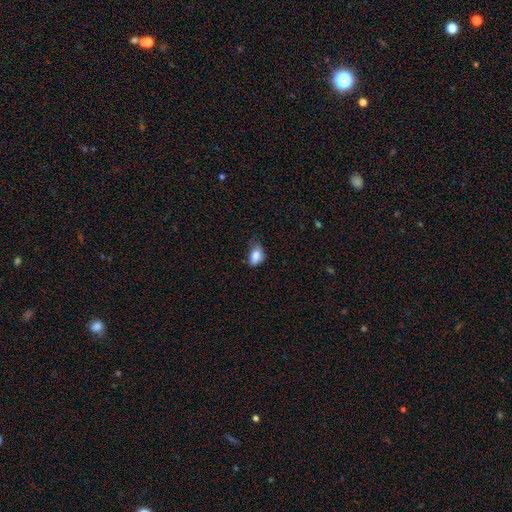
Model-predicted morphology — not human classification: Smooth or featured?
  - smooth: 82% *
  - featured or disk: 9%
  - star or artifact: 9%
How rounded?
  - in between: 81% *
  - round: 17%
  - cigar-shaped: 2%
Merging?
  - minor disturbance: 44% *
  - none: 38%
  - major disturbance: 16%
  - merger: 2%